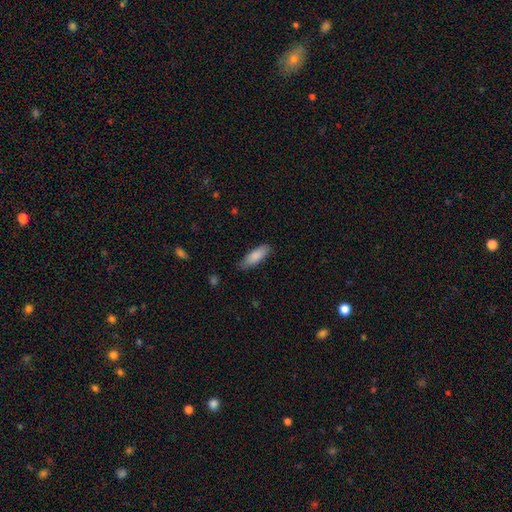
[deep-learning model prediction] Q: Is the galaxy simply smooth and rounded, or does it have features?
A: smooth — 85%.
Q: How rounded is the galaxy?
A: in between — 57%.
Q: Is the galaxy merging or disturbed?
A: none — 78%.